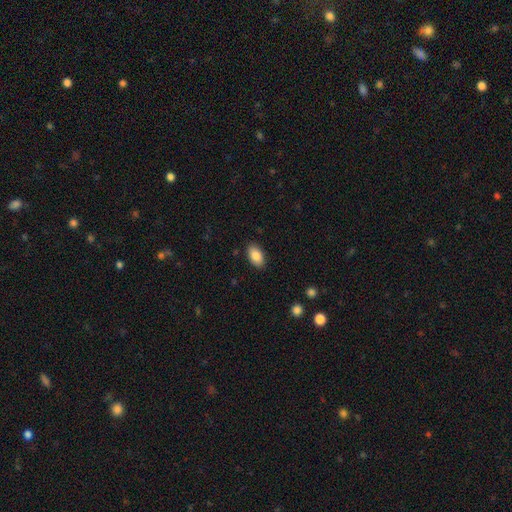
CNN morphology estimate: smooth 87%, star or artifact 7%, featured or disk 6%. Down the decision tree: how rounded — in between (94%); merging — none (88%).